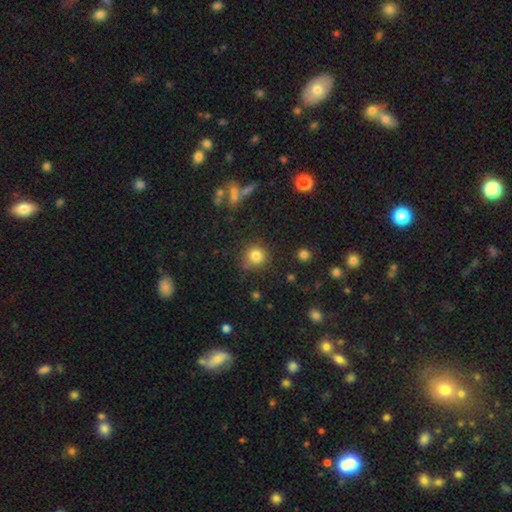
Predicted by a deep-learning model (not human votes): Q: Smooth or featured?
A: smooth (82%); runner-up: star or artifact (12%)
Q: How rounded?
A: round (90%); runner-up: in between (9%)
Q: Merging?
A: none (76%); runner-up: minor disturbance (16%)